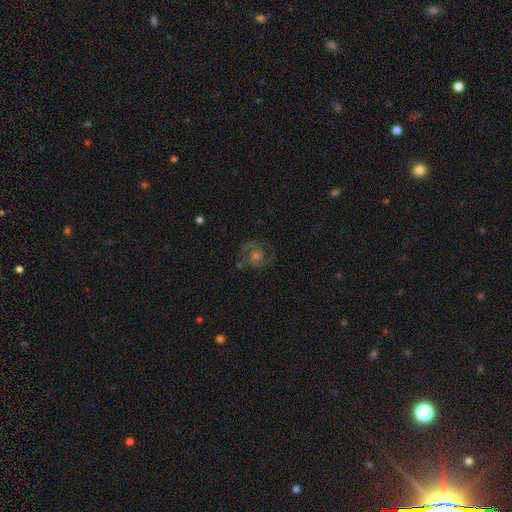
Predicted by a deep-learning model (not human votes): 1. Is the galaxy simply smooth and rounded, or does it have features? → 66% featured or disk, 18% star or artifact, 17% smooth.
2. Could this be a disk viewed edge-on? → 97% no, 3% yes.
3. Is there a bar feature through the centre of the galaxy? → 62% no, 32% weak, 6% strong.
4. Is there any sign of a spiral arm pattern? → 90% yes, 10% no.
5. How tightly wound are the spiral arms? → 54% medium, 28% tight, 18% loose.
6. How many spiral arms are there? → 76% 2, 12% can't tell, 5% 3, 4% 1, 2% 4, 2% more than 4.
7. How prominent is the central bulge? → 46% moderate, 30% small, 12% large, 10% none, 2% dominant.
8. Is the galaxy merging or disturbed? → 74% none, 14% minor disturbance, 10% major disturbance, 3% merger.